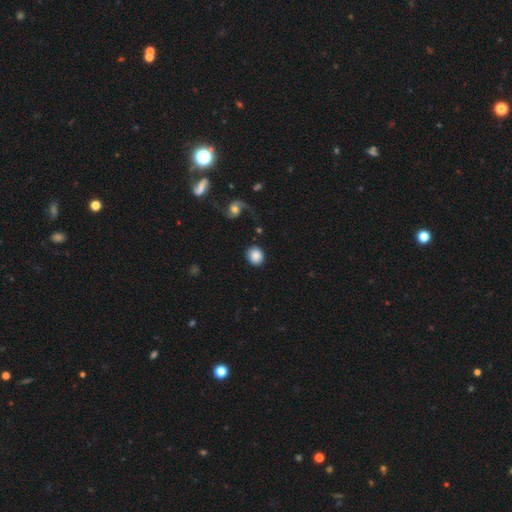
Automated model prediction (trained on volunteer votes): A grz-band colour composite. It shows a smooth galaxy with no disk features (81%) that is round (76%). Merging: none (81%).